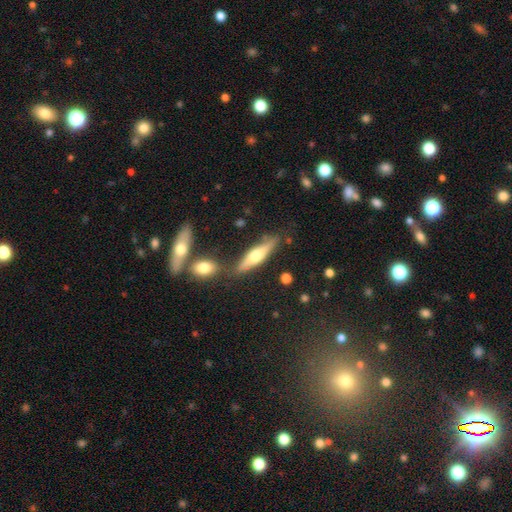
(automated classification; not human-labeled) Morphology: type=featured or disk (47%); merging=none (73%).